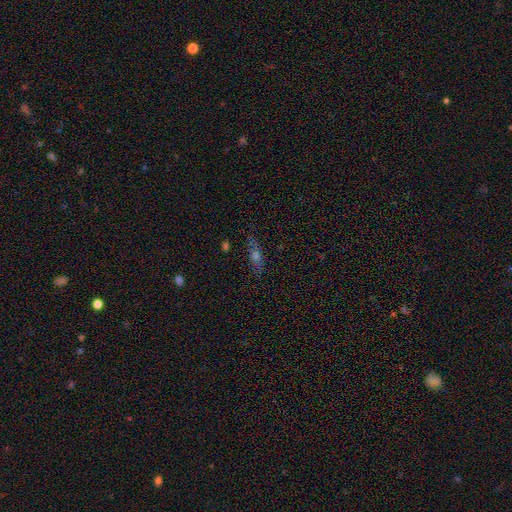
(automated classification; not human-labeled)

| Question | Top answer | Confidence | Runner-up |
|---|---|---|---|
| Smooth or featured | featured or disk | 44% | smooth (40%) |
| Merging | none | 79% | minor disturbance (14%) |